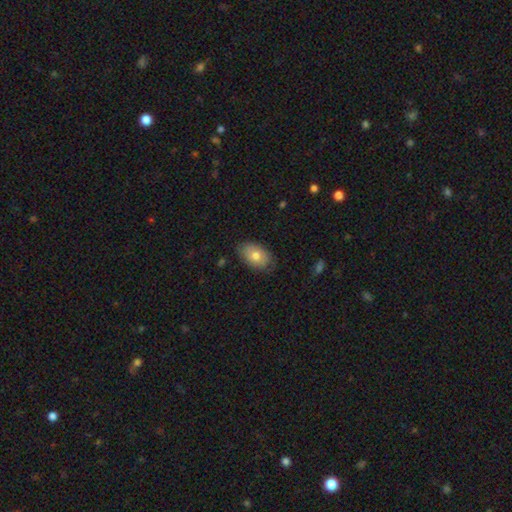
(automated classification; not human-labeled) Smooth or featured: smooth — 73% (featured or disk — 20%)
How rounded: in between — 88% (round — 11%)
Merging: none — 77% (minor disturbance — 18%)